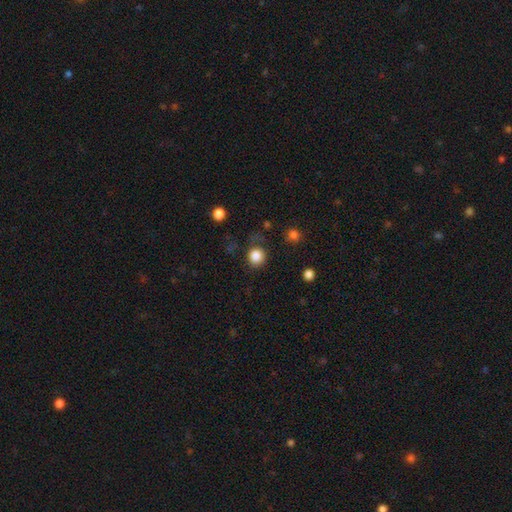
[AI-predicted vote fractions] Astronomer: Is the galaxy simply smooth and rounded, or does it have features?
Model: smooth — 84%.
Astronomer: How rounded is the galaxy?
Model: round — 87%.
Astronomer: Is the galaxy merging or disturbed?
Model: none — 73%.